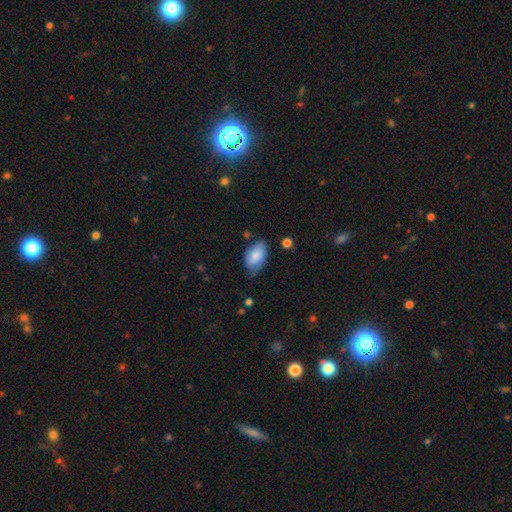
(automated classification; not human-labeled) smooth_or_featured: smooth (p=0.74) [alt: featured or disk p=0.19]
how_rounded: in between (p=0.93) [alt: round p=0.06]
merging: none (p=0.55) [alt: minor disturbance p=0.35]